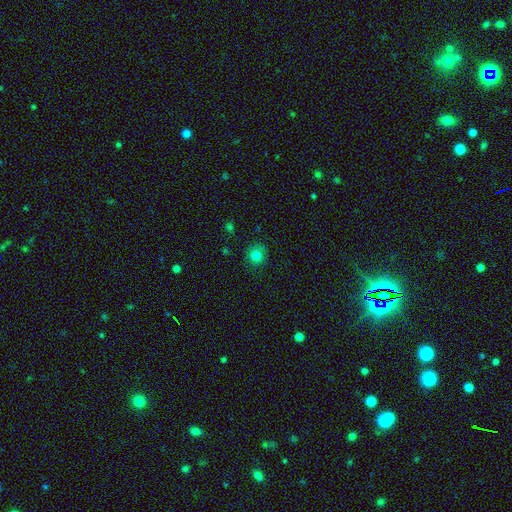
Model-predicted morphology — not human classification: Q: Smooth or featured?
A: smooth (81%); runner-up: star or artifact (13%)
Q: How rounded?
A: round (88%); runner-up: in between (11%)
Q: Merging?
A: none (84%); runner-up: minor disturbance (12%)